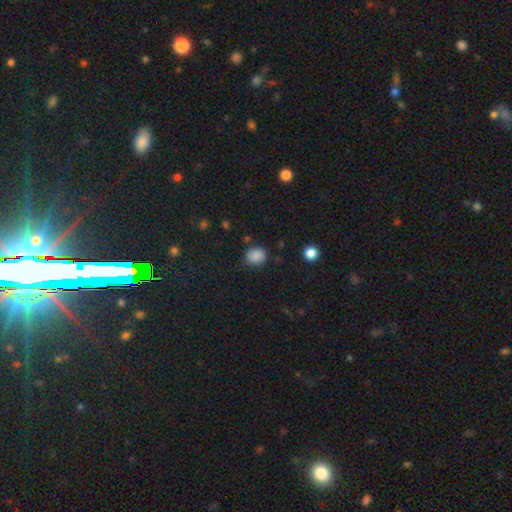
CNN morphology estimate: Smooth or featured: smooth — 85% (star or artifact — 10%)
How rounded: round — 78% (in between — 21%)
Merging: none — 80% (minor disturbance — 15%)